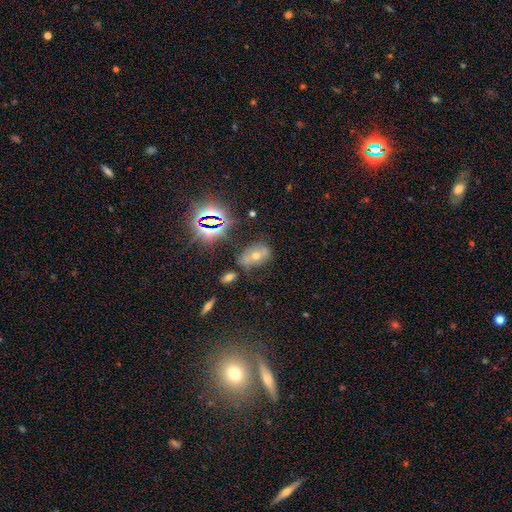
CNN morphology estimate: Overall: star or artifact (42%; smooth 32%).